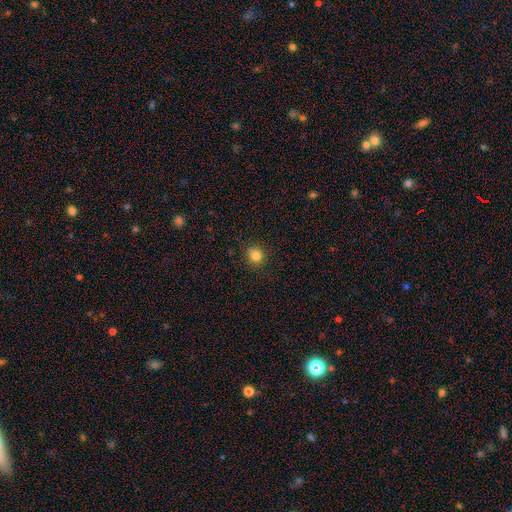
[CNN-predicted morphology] smooth_or_featured: smooth (p=0.82) [alt: star or artifact p=0.13]
how_rounded: round (p=0.90) [alt: in between p=0.09]
merging: none (p=0.87) [alt: minor disturbance p=0.09]